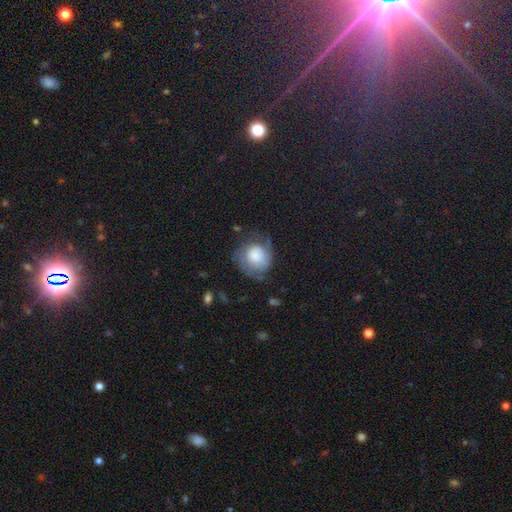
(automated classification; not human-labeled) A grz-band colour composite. It shows a featured or disk galaxy (52%) with no bar (78%), spiral arms (84%) and a large central bulge (46%). Merging: none (55%).